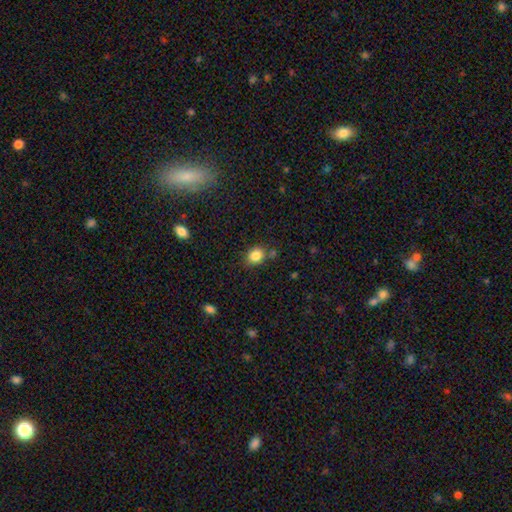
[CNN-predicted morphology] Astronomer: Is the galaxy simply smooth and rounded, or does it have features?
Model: smooth — 85%.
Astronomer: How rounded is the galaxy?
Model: round — 59% (runner-up: in between, 41%).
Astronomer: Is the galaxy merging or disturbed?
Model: none — 74%.